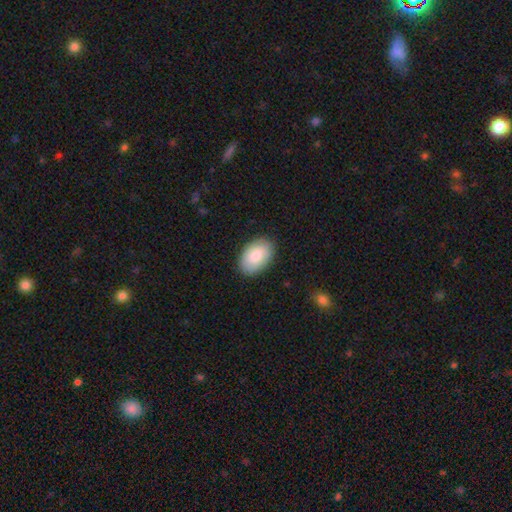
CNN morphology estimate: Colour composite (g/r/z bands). It shows a smooth galaxy with no disk features (85%) that is in between round and cigar-shaped (91%). Merging: none (88%).